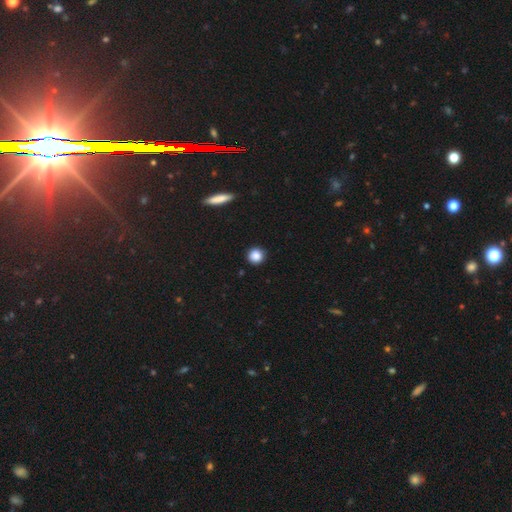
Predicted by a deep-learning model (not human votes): smooth 87%, star or artifact 10%, featured or disk 3%. Down the decision tree: how rounded — round (93%); merging — none (90%).